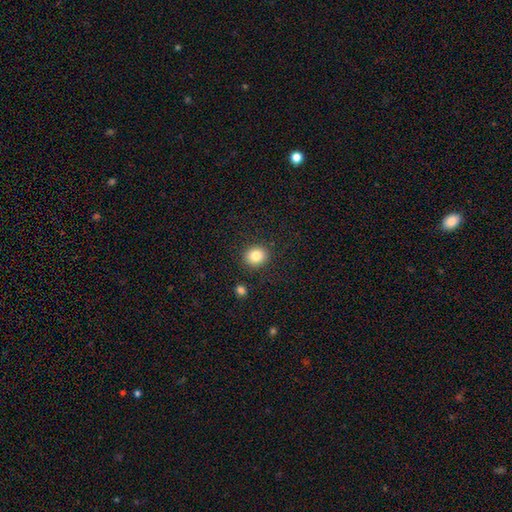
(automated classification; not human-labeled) A smooth galaxy with no disk features (84%) that is round (75%). Merging: none (89%).